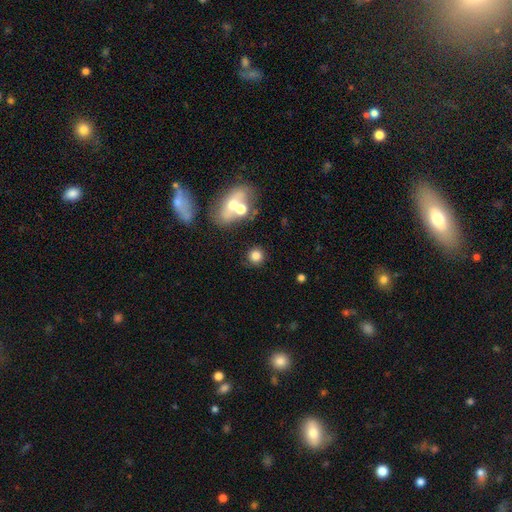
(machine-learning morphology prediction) A smooth galaxy with no disk features (79%) that is round (90%). Merging: none (82%).